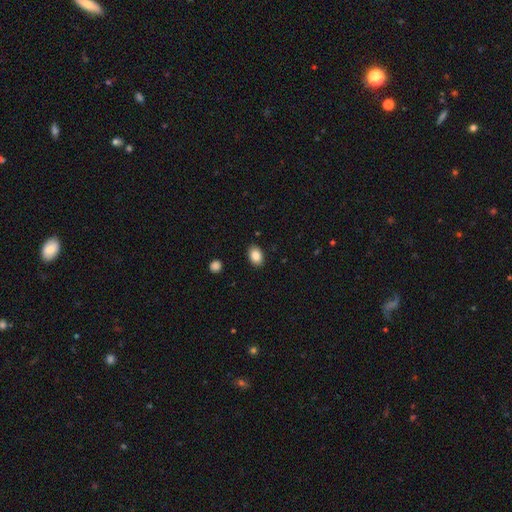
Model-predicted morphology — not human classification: This is clearly a smooth galaxy (88%). How rounded: clearly in between (83%). Merging: clearly none (88%).